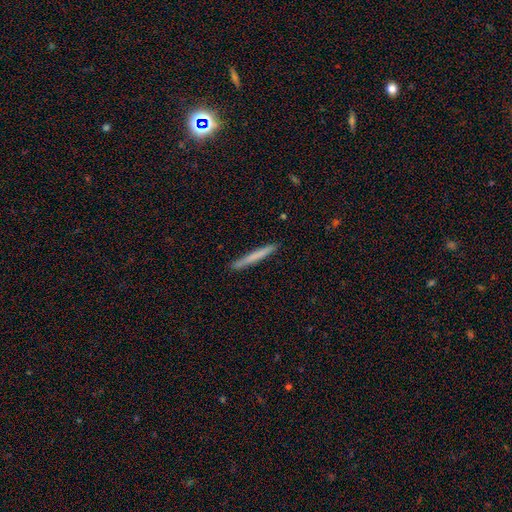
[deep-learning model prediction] This appears to be a smooth galaxy with no disk features (66%) that is cigar-shaped (97%). Merging: none (92%).